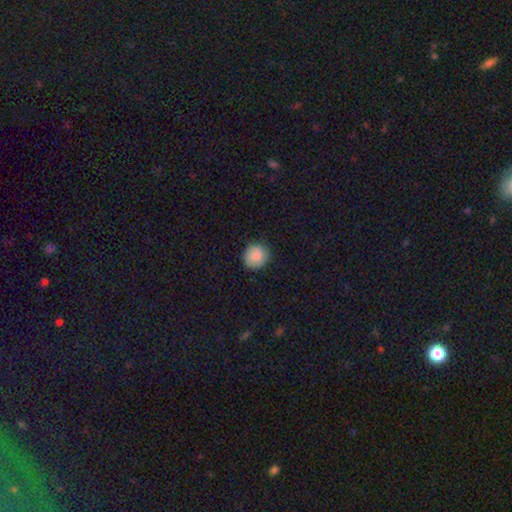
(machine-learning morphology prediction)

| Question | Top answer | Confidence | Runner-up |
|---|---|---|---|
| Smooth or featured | smooth | 83% | featured or disk (10%) |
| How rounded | round | 90% | in between (9%) |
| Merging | none | 86% | minor disturbance (11%) |